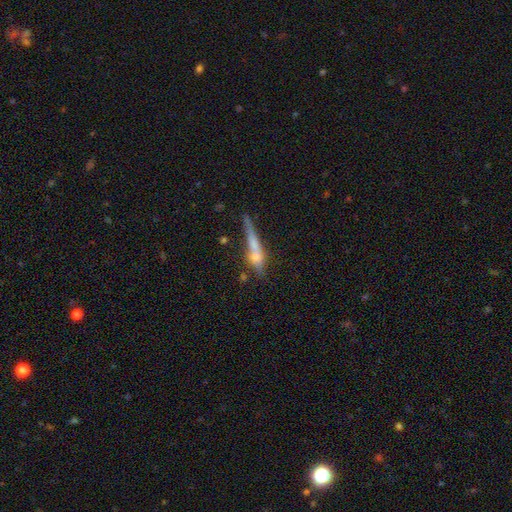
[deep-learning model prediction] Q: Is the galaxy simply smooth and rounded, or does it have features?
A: featured or disk — 46%.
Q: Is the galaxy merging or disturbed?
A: none — 47%.